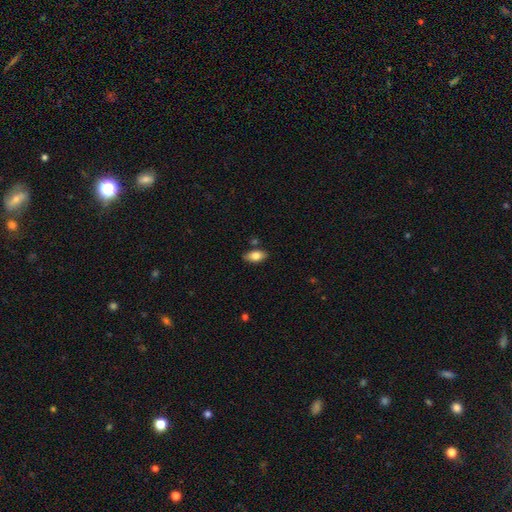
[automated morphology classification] smooth 80%, featured or disk 14%, star or artifact 7%. Down the decision tree: how rounded — in between (90%); merging — none (83%).